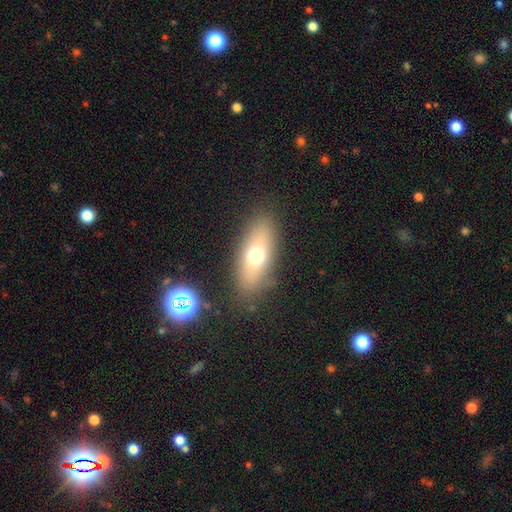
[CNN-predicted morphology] smooth 63%, featured or disk 25%, star or artifact 12%. Down the decision tree: how rounded — in between (74%); merging — none (83%).